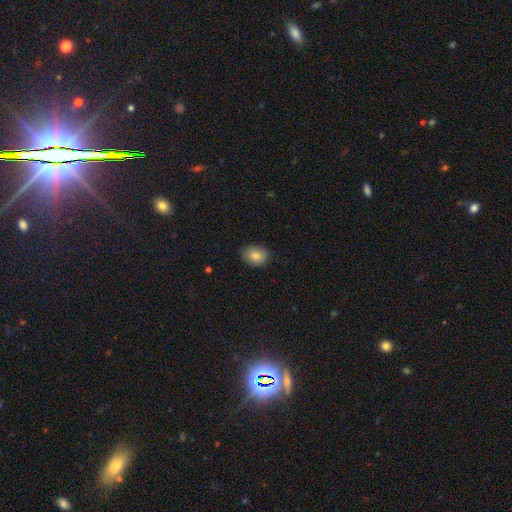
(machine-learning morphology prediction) A smooth galaxy with no disk features (84%) that is in between round and cigar-shaped (64%). Merging: none (85%).